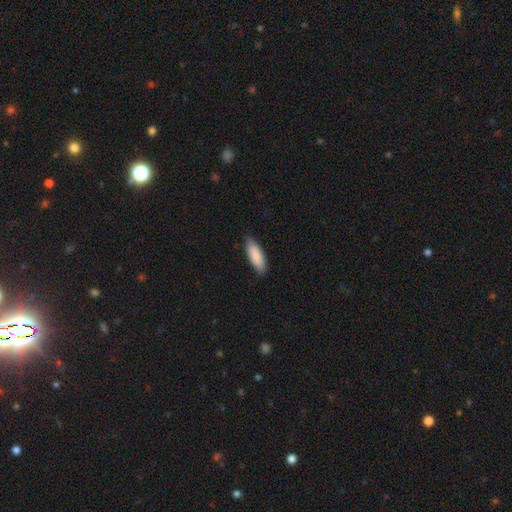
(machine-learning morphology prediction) type=smooth (88%); roundness=in between (63%); merging=none (85%).